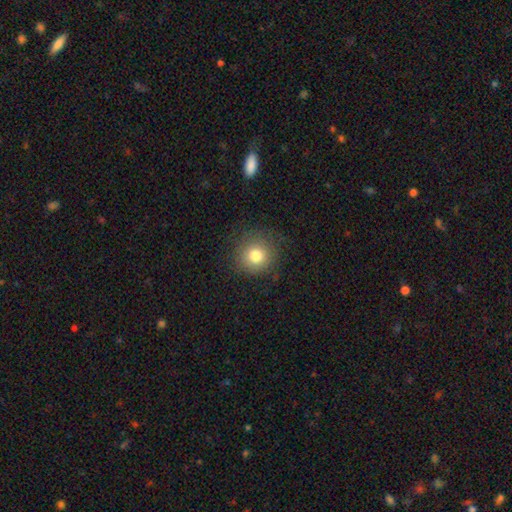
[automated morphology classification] Smooth or featured: smooth — 79% (star or artifact — 12%)
How rounded: round — 91% (in between — 8%)
Merging: none — 84% (minor disturbance — 10%)